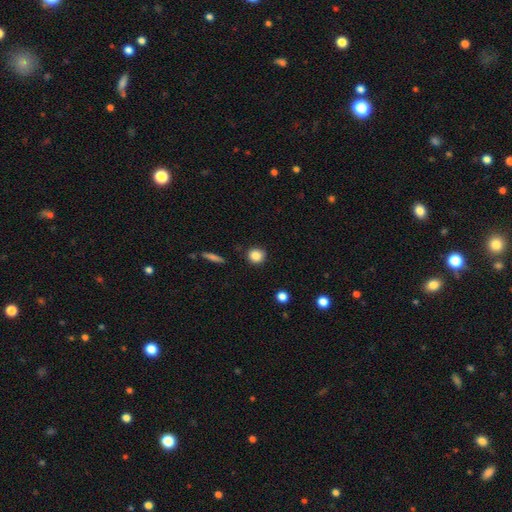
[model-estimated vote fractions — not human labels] The model was most divided on "how rounded": round: 87%, in between: 12%, cigar-shaped: 1%. More confident: merging — none (88%); smooth or featured — smooth (86%).